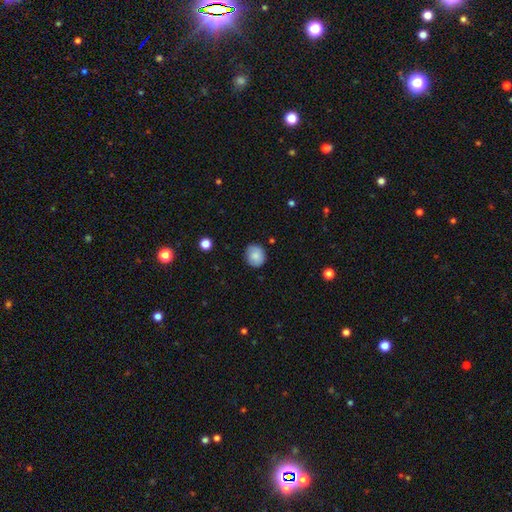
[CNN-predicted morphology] This is clearly a smooth galaxy (80%). How rounded: likely round (77%). Merging: clearly none (82%).